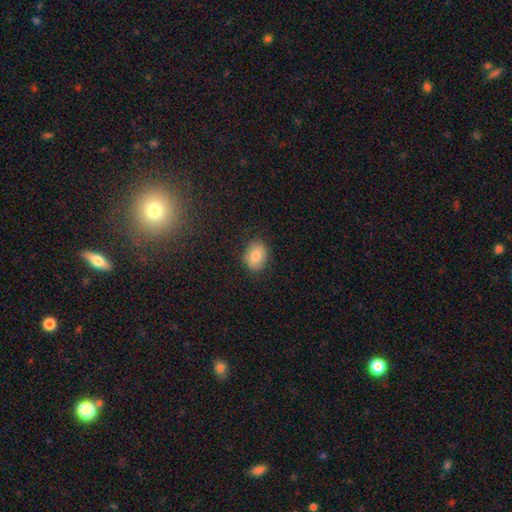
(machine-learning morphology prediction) This appears to be a smooth galaxy with no disk features (79%) that is in between round and cigar-shaped (61%). Merging: none (82%).